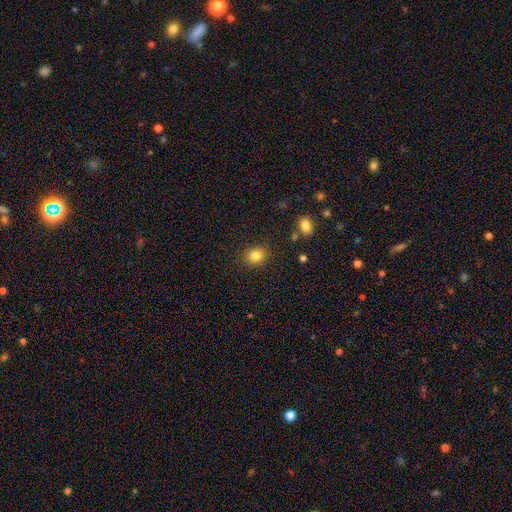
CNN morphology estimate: Smooth or featured?
  - smooth: 83% *
  - star or artifact: 11%
  - featured or disk: 6%
How rounded?
  - round: 66% *
  - in between: 33%
  - cigar-shaped: 1%
Merging?
  - none: 86% *
  - minor disturbance: 10%
  - major disturbance: 3%
  - merger: 2%